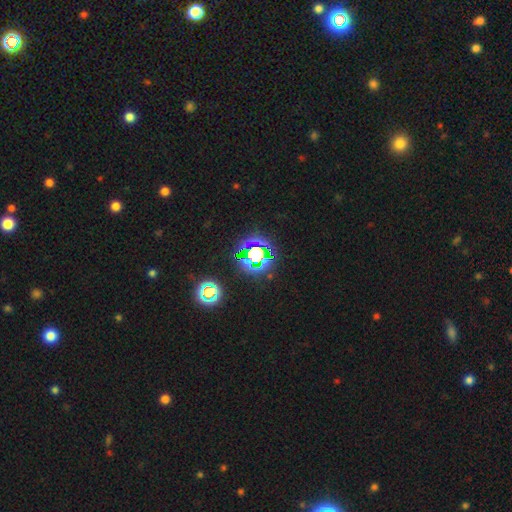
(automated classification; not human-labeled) A star or artifact, not a galaxy (80%).